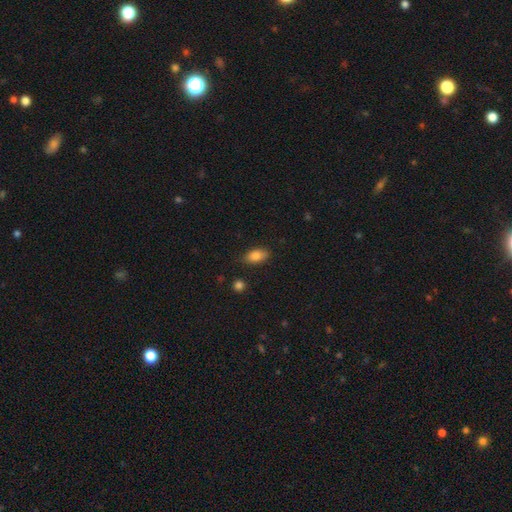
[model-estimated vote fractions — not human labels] Smooth or featured? Predicted: smooth (p=0.84). How rounded? Predicted: in between (p=0.88). Merging? Predicted: none (p=0.81).